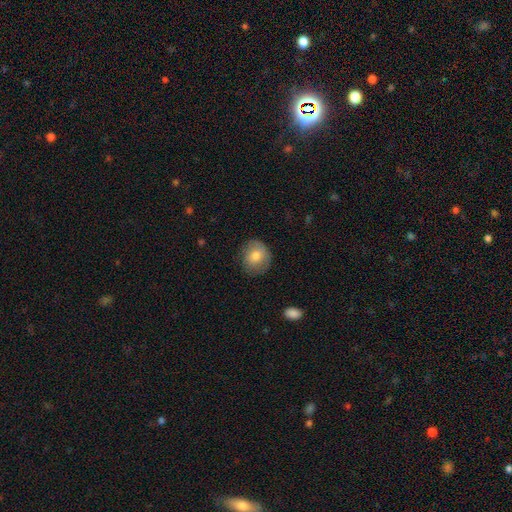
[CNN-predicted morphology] A smooth galaxy with no disk features (75%) that is round (82%). Merging: none (76%).